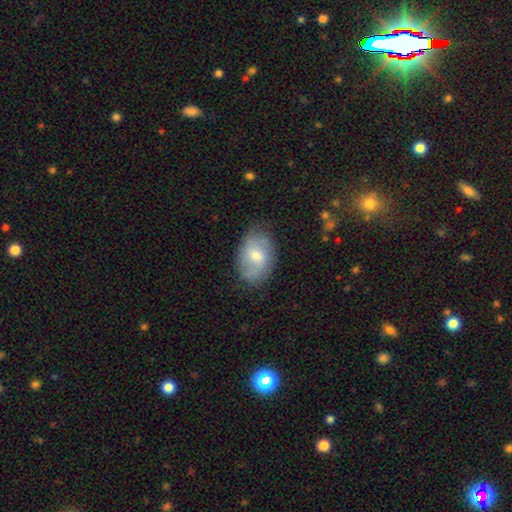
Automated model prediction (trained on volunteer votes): Morphology: type=smooth (47%); merging=none (74%).